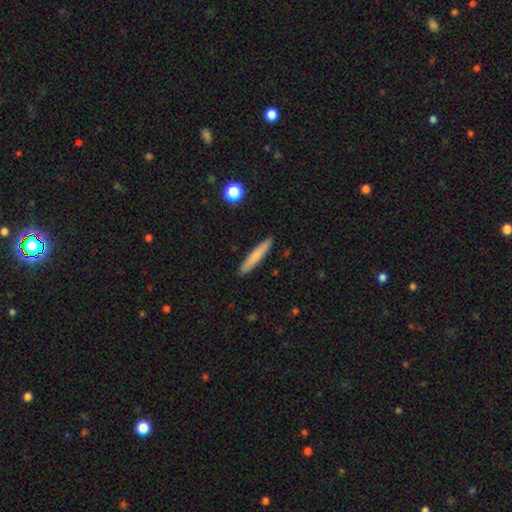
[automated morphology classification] A smooth galaxy with no disk features (77%) that is cigar-shaped (94%). Merging: none (91%).